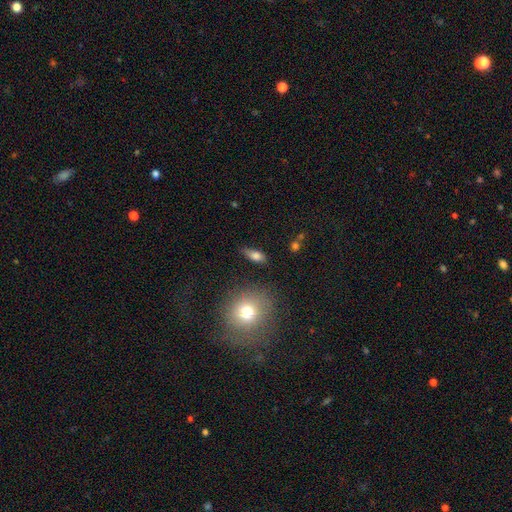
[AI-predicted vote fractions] This appears to be a smooth galaxy with no disk features (73%) that is in between round and cigar-shaped (74%). Merging: none (73%).